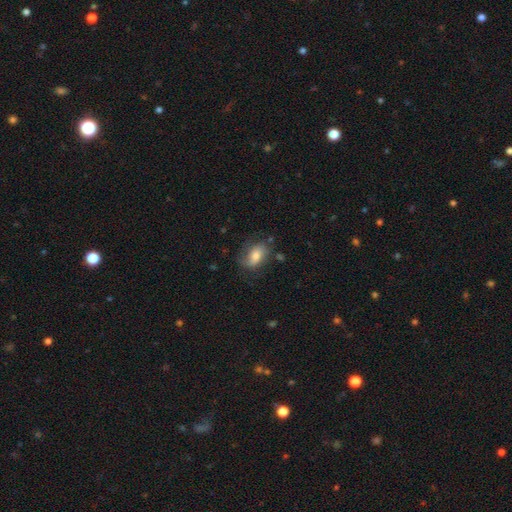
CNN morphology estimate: The model was most divided on "smooth or featured": smooth: 60%, featured or disk: 31%, star or artifact: 8%. More confident: how rounded — in between (84%); merging — none (59%).